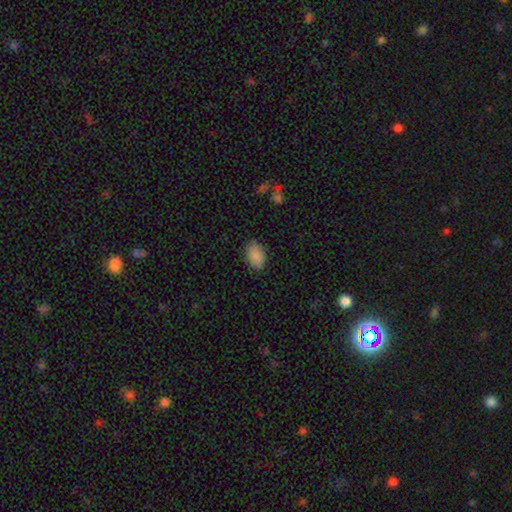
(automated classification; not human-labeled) smooth 88%, star or artifact 8%, featured or disk 4%. Down the decision tree: how rounded — in between (90%); merging — none (84%).